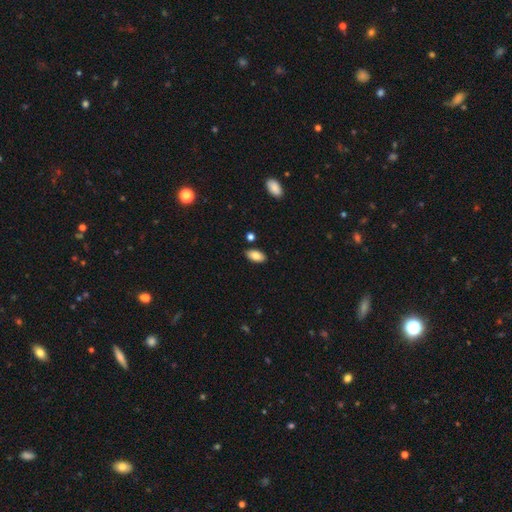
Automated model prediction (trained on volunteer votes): Overall: smooth (84%). How rounded: in between (94%). Merging: none (86%).